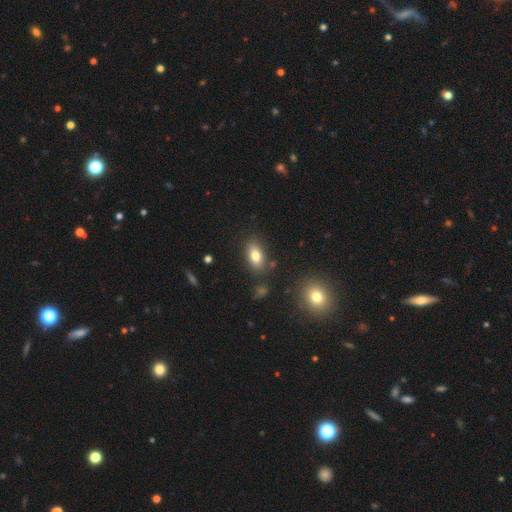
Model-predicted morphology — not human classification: smooth 80%, featured or disk 12%, star or artifact 9%. Down the decision tree: how rounded — in between (88%); merging — none (82%).